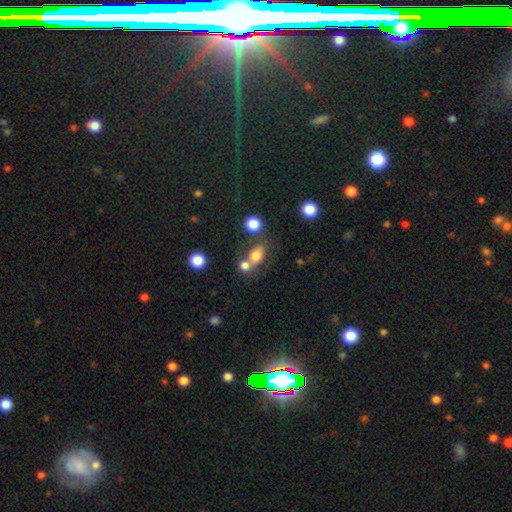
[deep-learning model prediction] This appears to be a smooth galaxy with no disk features (77%) that is in between round and cigar-shaped (60%). Merging: none (44%).